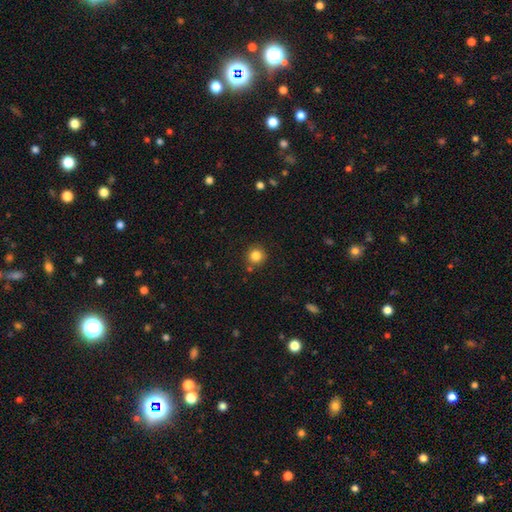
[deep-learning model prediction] This appears to be a smooth galaxy with no disk features (84%) that is round (93%). Merging: none (83%).